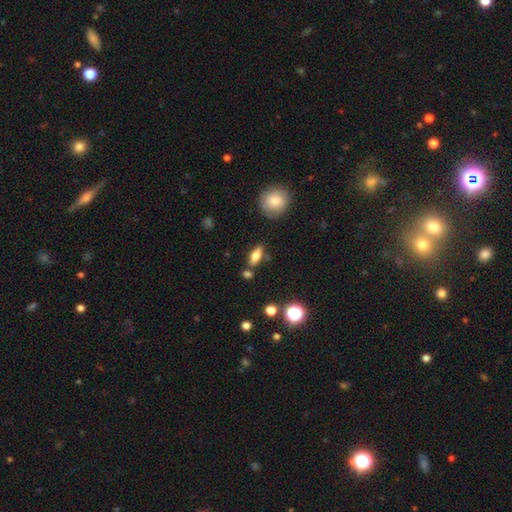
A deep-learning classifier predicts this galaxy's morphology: smooth 69%, featured or disk 22%, star or artifact 9%. Down the decision tree: how rounded — in between (74%); merging — none (74%).